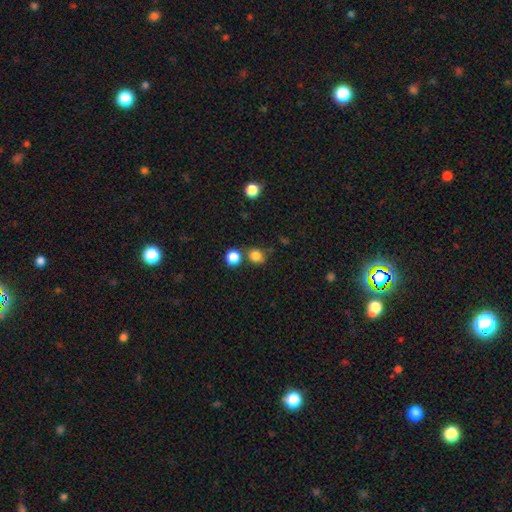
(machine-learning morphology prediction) Overall: smooth (81%). How rounded: round (76%). Merging: none (68%).